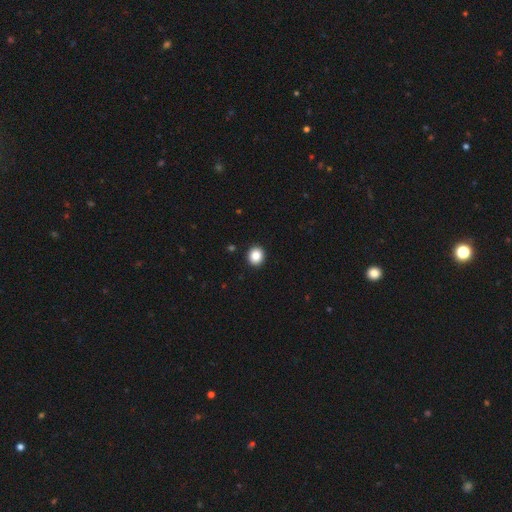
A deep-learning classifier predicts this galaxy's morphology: smooth_or_featured: smooth (p=0.86) [alt: star or artifact p=0.10]
how_rounded: round (p=0.80) [alt: in between p=0.19]
merging: none (p=0.93) [alt: minor disturbance p=0.04]